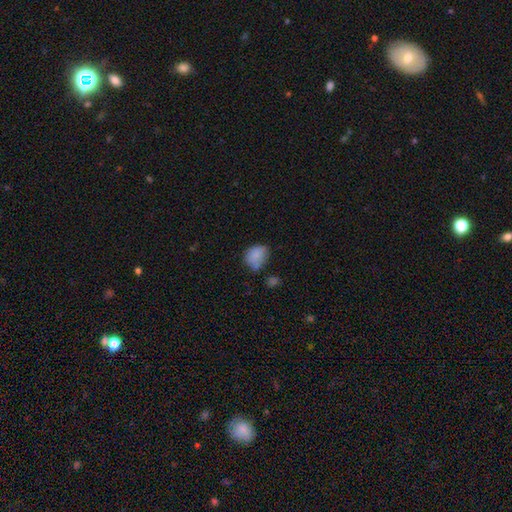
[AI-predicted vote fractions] Smooth or featured: smooth — 80% (star or artifact — 10%)
How rounded: in between — 60% (round — 39%)
Merging: none — 46% (minor disturbance — 33%)